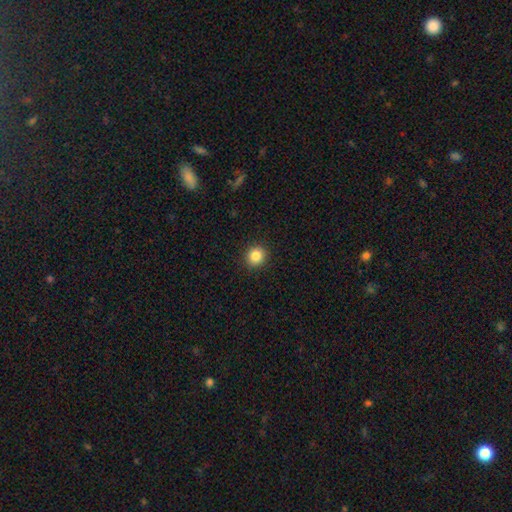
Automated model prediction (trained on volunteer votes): Q: Smooth or featured?
A: smooth (85%); runner-up: star or artifact (10%)
Q: How rounded?
A: round (88%); runner-up: in between (11%)
Q: Merging?
A: none (92%); runner-up: minor disturbance (5%)